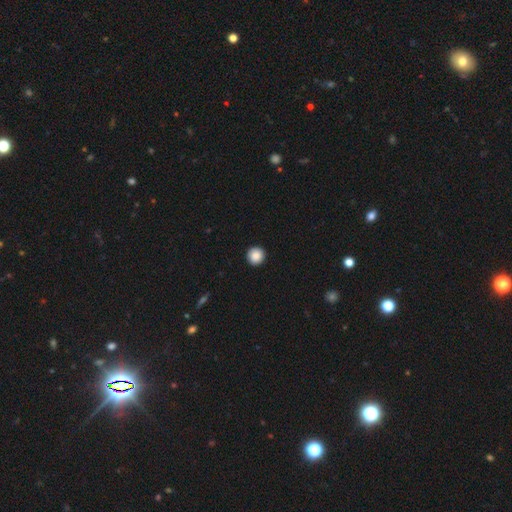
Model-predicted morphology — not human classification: smooth-or-featured: smooth: 88% | star or artifact: 8% | featured or disk: 3%
  how-rounded: round: 95% | in between: 4% | cigar-shaped: 1%
  merging: none: 93% | minor disturbance: 4% | major disturbance: 1% | merger: 1%